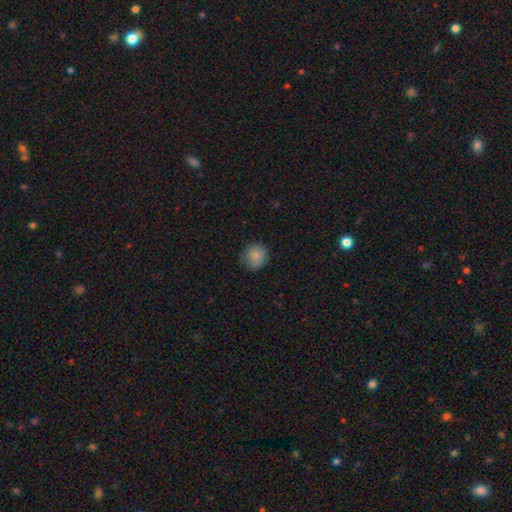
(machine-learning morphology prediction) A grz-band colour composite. It shows a smooth galaxy with no disk features (85%) that is round (88%). Merging: none (83%).